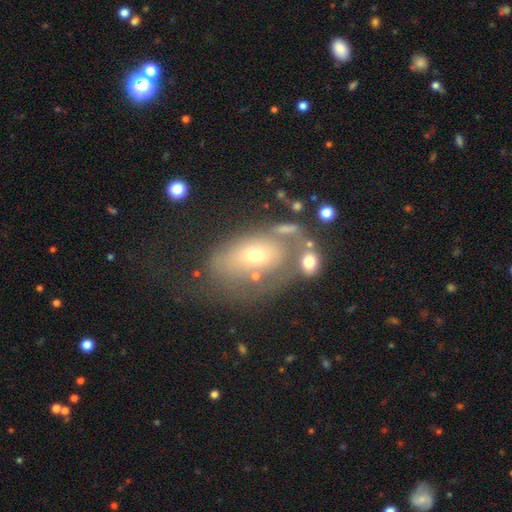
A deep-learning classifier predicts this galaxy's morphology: smooth_or_featured: smooth (p=0.46) [alt: featured or disk p=0.42]
merging: major disturbance (p=0.31) [alt: none p=0.29]